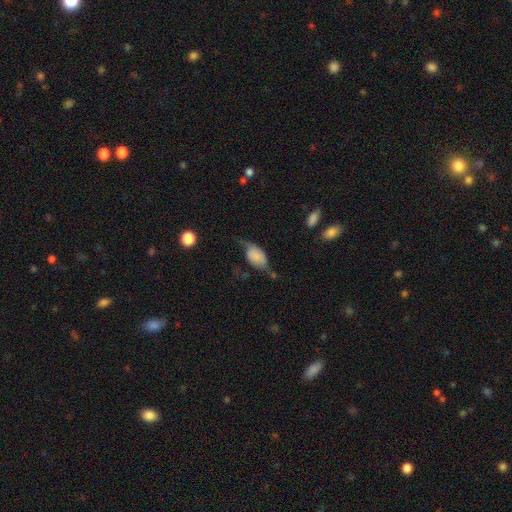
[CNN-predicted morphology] type=smooth (59%); roundness=in between (88%); merging=minor disturbance (35%).